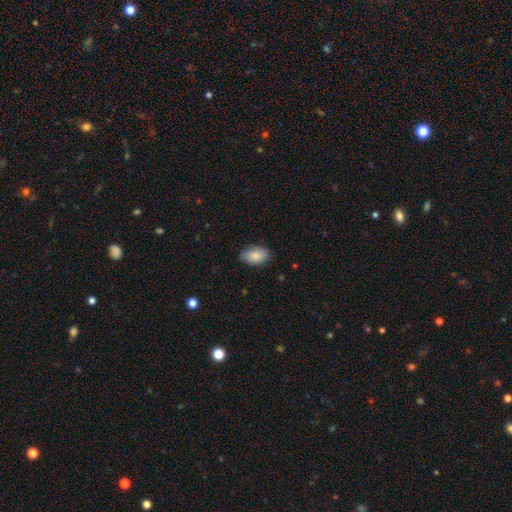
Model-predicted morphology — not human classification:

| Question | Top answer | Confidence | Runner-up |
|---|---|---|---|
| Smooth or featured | smooth | 85% | featured or disk (8%) |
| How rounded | in between | 90% | round (8%) |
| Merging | none | 78% | minor disturbance (18%) |